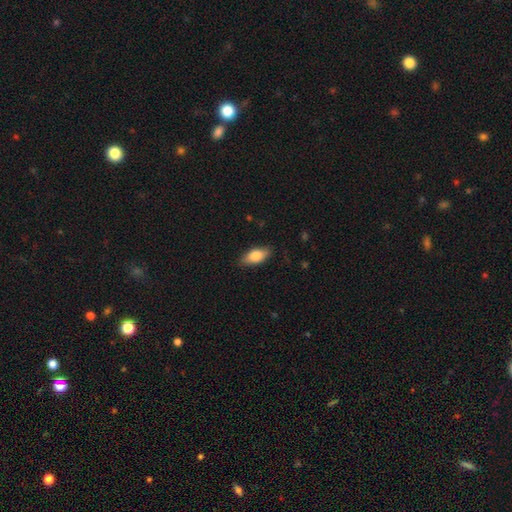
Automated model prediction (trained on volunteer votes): Smooth or featured? Predicted: smooth (p=0.78). How rounded? Predicted: in between (p=0.86). Merging? Predicted: none (p=0.85).